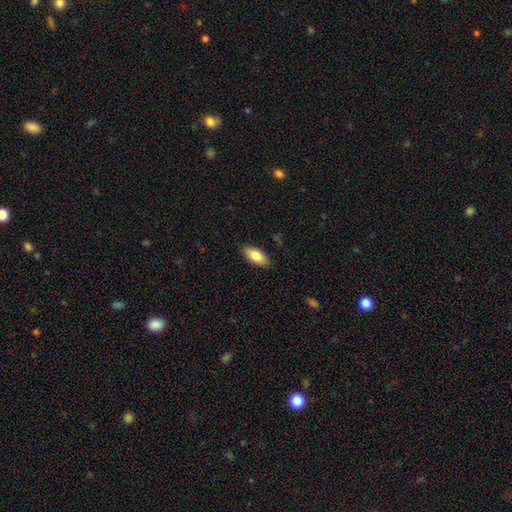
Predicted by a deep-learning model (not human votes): Smooth or featured? Predicted: smooth (p=0.85). How rounded? Predicted: in between (p=0.88). Merging? Predicted: none (p=0.88).